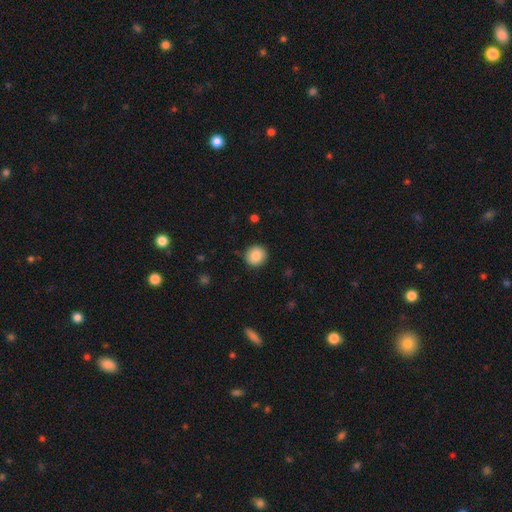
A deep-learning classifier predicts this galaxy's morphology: Overall: smooth (87%). How rounded: round (89%). Merging: none (89%).